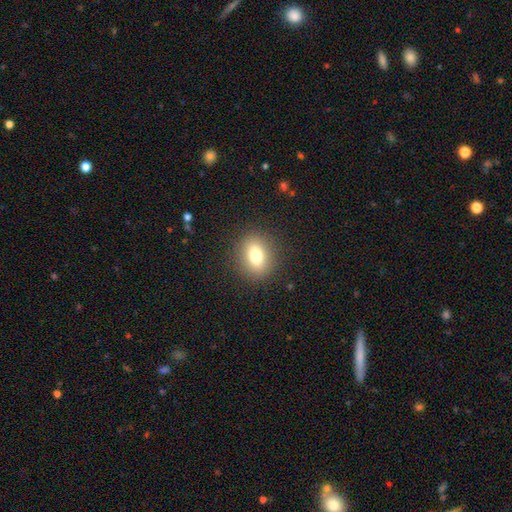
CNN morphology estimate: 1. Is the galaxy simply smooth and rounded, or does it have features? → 78% smooth, 11% featured or disk, 11% star or artifact.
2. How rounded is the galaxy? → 58% in between, 40% round, 2% cigar-shaped.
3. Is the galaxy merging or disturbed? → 88% none, 8% minor disturbance, 3% major disturbance, 1% merger.